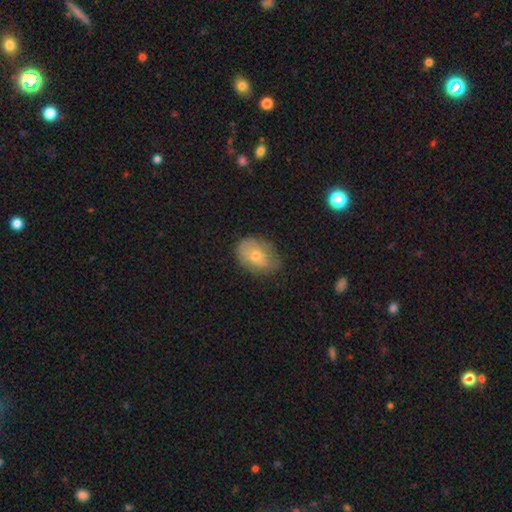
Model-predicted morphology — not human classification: Smooth or featured? Predicted: smooth (p=0.60). How rounded? Predicted: in between (p=0.80). Merging? Predicted: none (p=0.68).